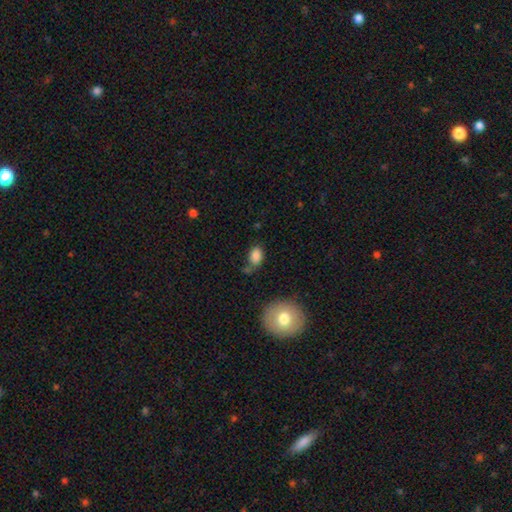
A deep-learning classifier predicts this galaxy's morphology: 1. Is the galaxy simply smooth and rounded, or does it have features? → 85% smooth, 9% star or artifact, 6% featured or disk.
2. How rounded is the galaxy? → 83% in between, 16% round, 2% cigar-shaped.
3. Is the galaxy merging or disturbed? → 56% none, 23% minor disturbance, 12% merger, 9% major disturbance.